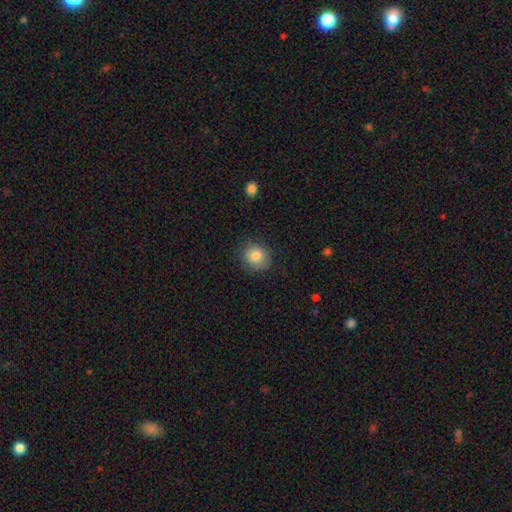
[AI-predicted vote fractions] Morphology: type=smooth (82%); roundness=round (83%); merging=none (84%).